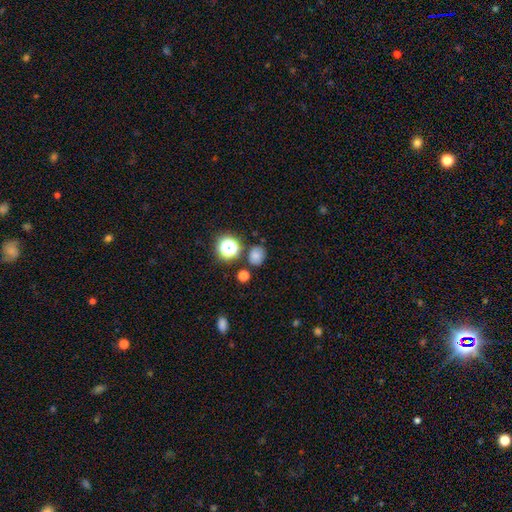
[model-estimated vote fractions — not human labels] Smooth or featured? Predicted: smooth (p=0.73). How rounded? Predicted: round (p=0.65). Merging? Predicted: none (p=0.78).